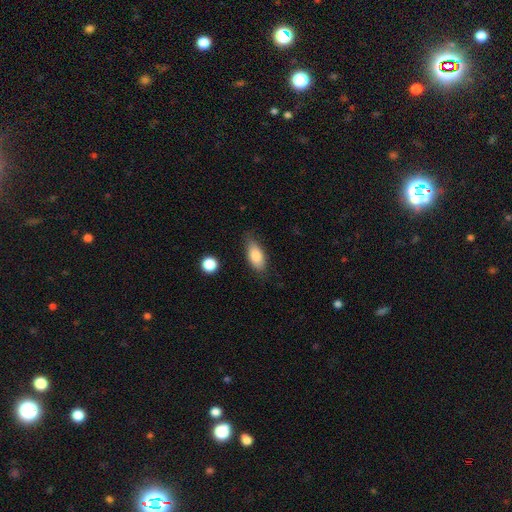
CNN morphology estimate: smooth-or-featured: smooth: 81% | featured or disk: 11% | star or artifact: 7%
  how-rounded: in between: 85% | cigar-shaped: 11% | round: 3%
  merging: none: 73% | minor disturbance: 21% | major disturbance: 4% | merger: 2%